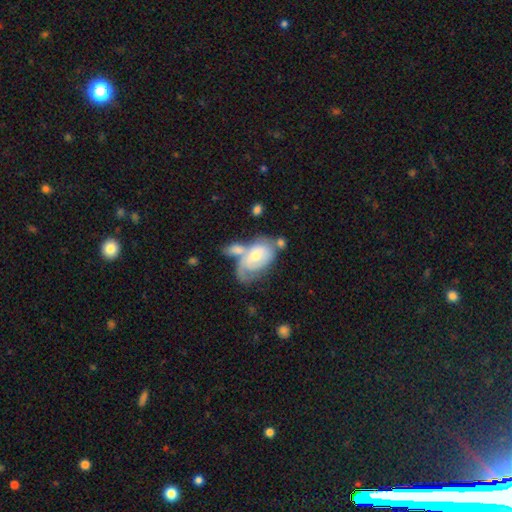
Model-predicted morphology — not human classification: smooth_or_featured: featured or disk (p=0.61) [alt: smooth p=0.34]
disk_edge_on: no (p=0.95) [alt: yes p=0.05]
bar: no (p=0.67) [alt: weak p=0.28]
has_spiral_arms: yes (p=0.76) [alt: no p=0.24]
bulge_size: moderate (p=0.59) [alt: small p=0.33]
merging: merger (p=0.38) [alt: none p=0.27]